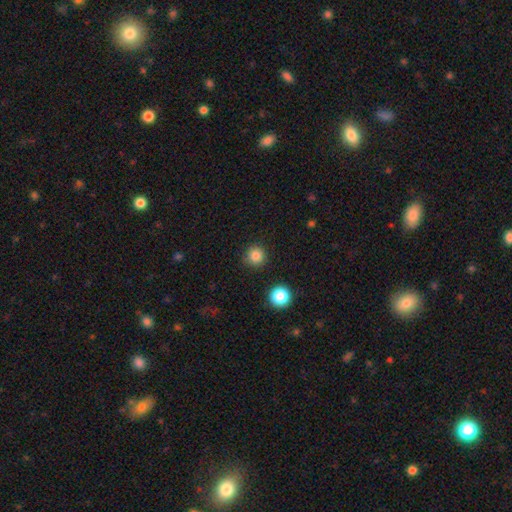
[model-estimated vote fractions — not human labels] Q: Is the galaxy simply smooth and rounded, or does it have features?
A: smooth — 83%.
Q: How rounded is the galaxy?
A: round — 95%.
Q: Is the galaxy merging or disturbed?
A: none — 89%.